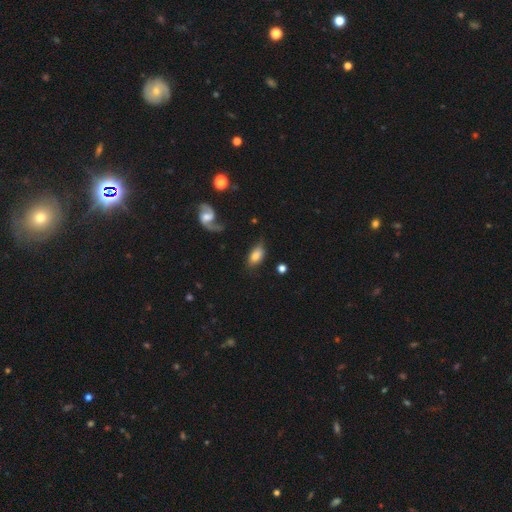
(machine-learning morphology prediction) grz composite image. It shows a smooth galaxy with no disk features (72%) that is in between round and cigar-shaped (90%). Merging: none (66%).